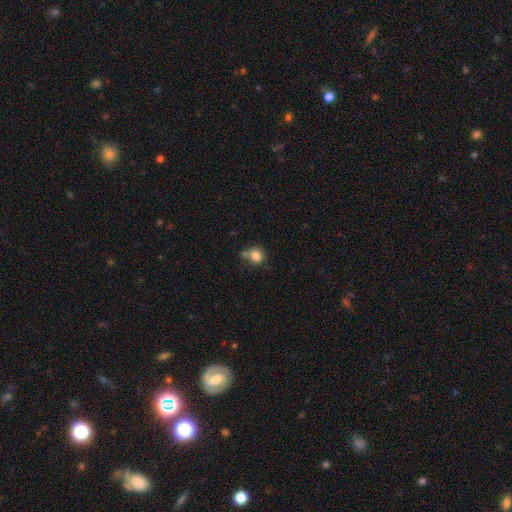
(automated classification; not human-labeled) The model was most divided on "merging": none: 56%, merger: 20%, minor disturbance: 17%, major disturbance: 6%. More confident: how rounded — round (86%); smooth or featured — smooth (82%).